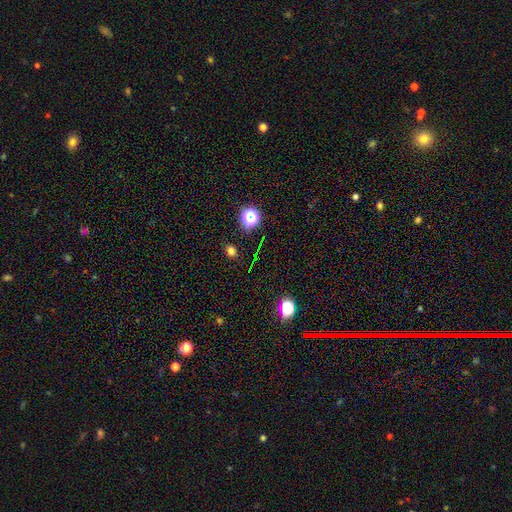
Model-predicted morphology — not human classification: smooth-or-featured: star or artifact: 50% | smooth: 42% | featured or disk: 7%